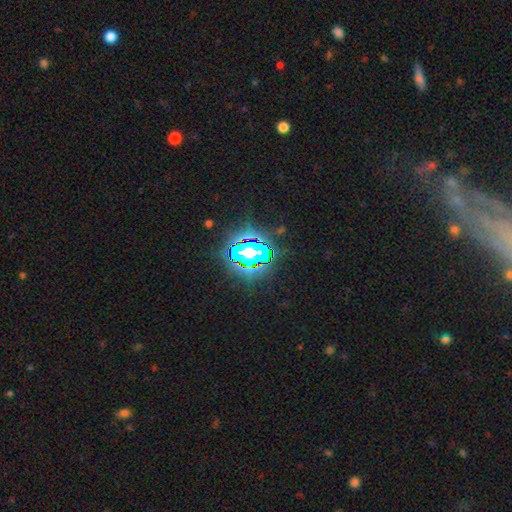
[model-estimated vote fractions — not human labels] This is likely a star or artifact rather than a galaxy (80%).